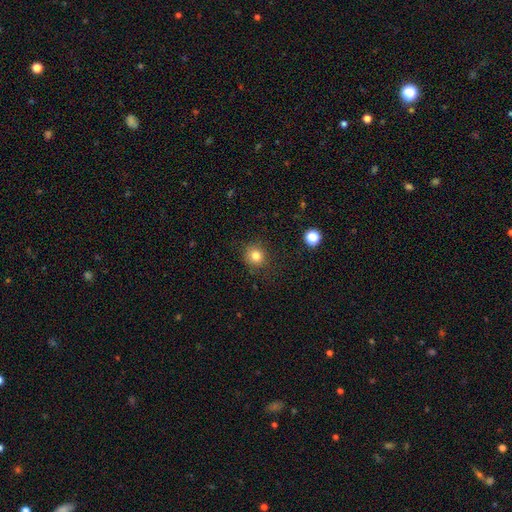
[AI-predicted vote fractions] This is clearly a smooth galaxy (81%). How rounded: clearly round (90%). Merging: clearly none (87%).